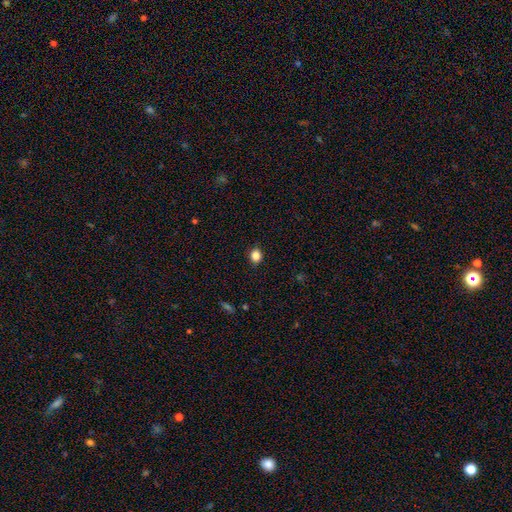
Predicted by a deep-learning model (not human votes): Q: Smooth or featured?
A: smooth (84%); runner-up: star or artifact (11%)
Q: How rounded?
A: round (59%); runner-up: in between (40%)
Q: Merging?
A: none (89%); runner-up: minor disturbance (8%)